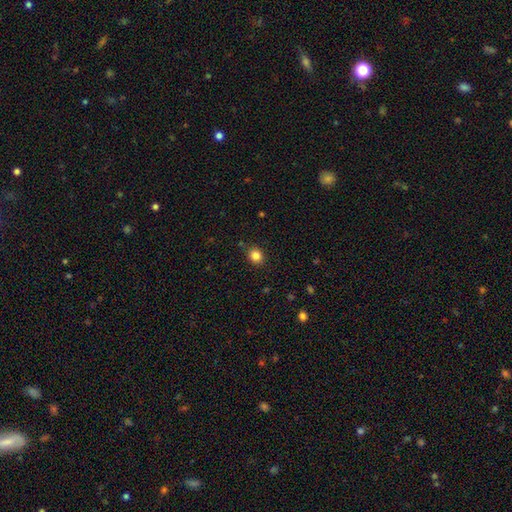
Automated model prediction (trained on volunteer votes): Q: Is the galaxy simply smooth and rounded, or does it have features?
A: smooth — 83%.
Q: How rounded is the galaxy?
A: round — 71%.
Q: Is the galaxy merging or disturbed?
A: none — 86%.